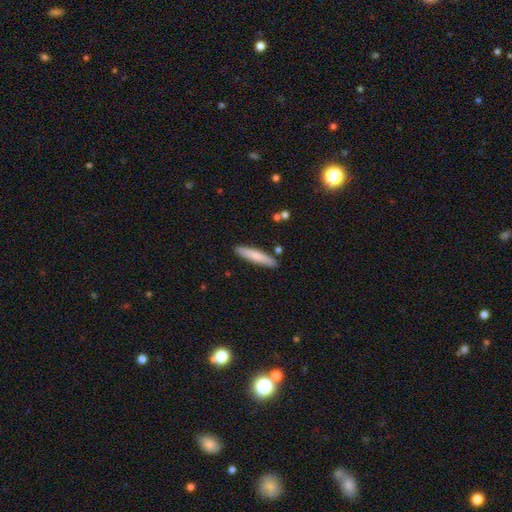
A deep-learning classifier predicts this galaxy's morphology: smooth 74%, featured or disk 20%, star or artifact 6%. Down the decision tree: how rounded — cigar-shaped (88%); merging — none (88%).